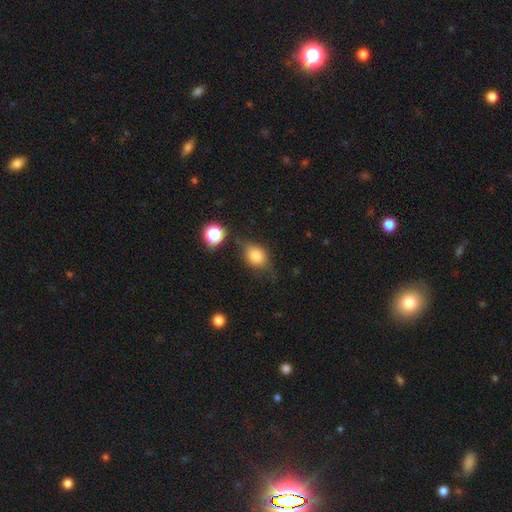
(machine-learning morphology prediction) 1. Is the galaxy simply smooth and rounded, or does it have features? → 78% smooth, 11% star or artifact, 11% featured or disk.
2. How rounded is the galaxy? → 55% in between, 43% round, 2% cigar-shaped.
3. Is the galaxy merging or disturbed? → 58% none, 28% minor disturbance, 9% major disturbance, 5% merger.